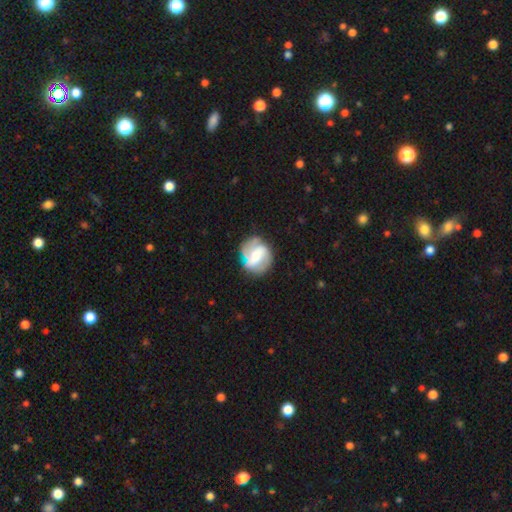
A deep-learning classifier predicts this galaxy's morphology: featured or disk 72%, smooth 22%, star or artifact 6%. Down the decision tree: edge-on disk — no (97%); bar — weak (42%); spiral arms — yes (88%); spiral arm count — 2 (60%); spiral winding — medium (44%); bulge size — moderate (53%); merging — none (71%).